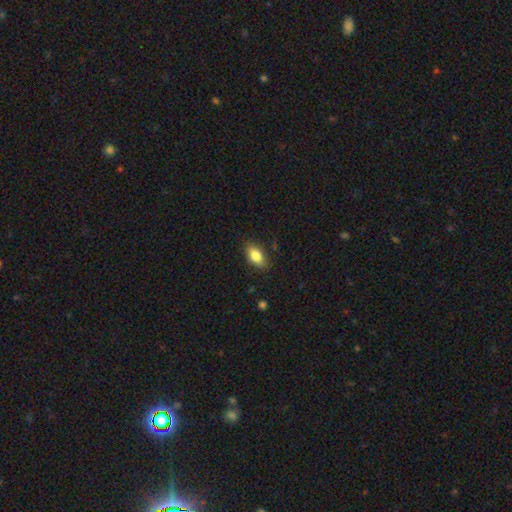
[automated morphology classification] type=smooth (83%); roundness=in between (88%); merging=none (84%).